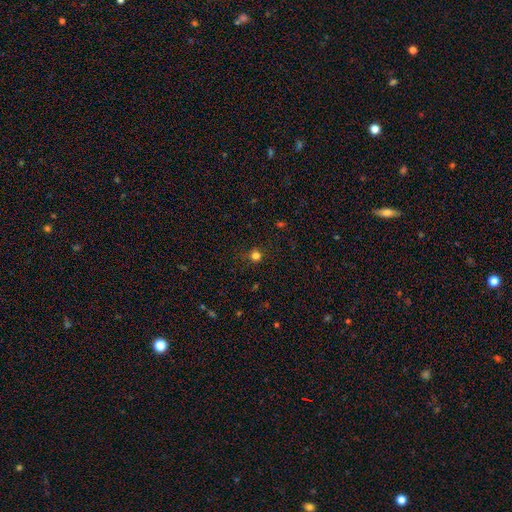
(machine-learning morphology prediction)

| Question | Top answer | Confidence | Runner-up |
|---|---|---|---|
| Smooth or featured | smooth | 75% | star or artifact (20%) |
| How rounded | round | 92% | in between (7%) |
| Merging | none | 86% | minor disturbance (9%) |